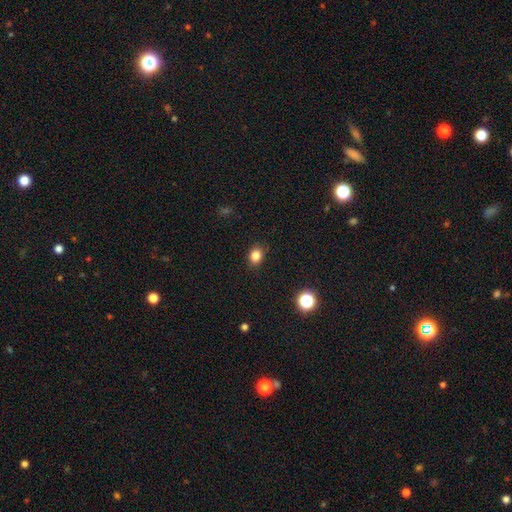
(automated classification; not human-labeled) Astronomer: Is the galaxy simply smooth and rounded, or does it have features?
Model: smooth — 82%.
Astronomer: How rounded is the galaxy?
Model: round — 52% (runner-up: in between, 47%).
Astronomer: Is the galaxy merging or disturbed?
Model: none — 87%.